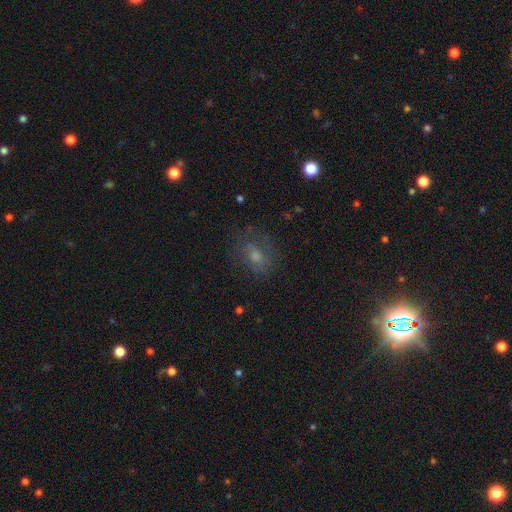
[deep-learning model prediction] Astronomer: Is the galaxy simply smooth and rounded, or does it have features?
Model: smooth — 45% (runner-up: featured or disk, 36%).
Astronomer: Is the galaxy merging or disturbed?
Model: none — 62%.